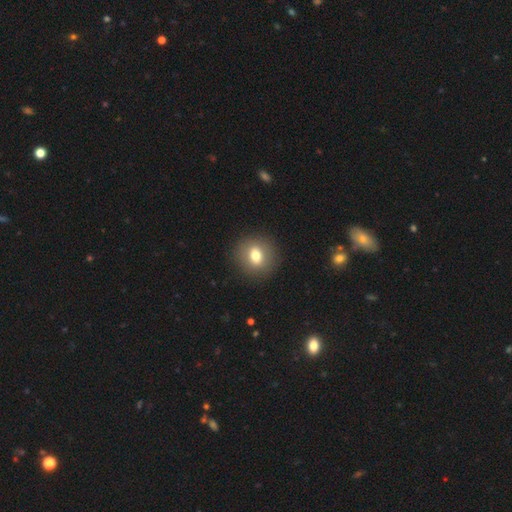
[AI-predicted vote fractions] Smooth or featured?
  - smooth: 70% *
  - featured or disk: 20%
  - star or artifact: 10%
How rounded?
  - round: 77% *
  - in between: 22%
  - cigar-shaped: 1%
Merging?
  - none: 89% *
  - minor disturbance: 7%
  - major disturbance: 3%
  - merger: 1%